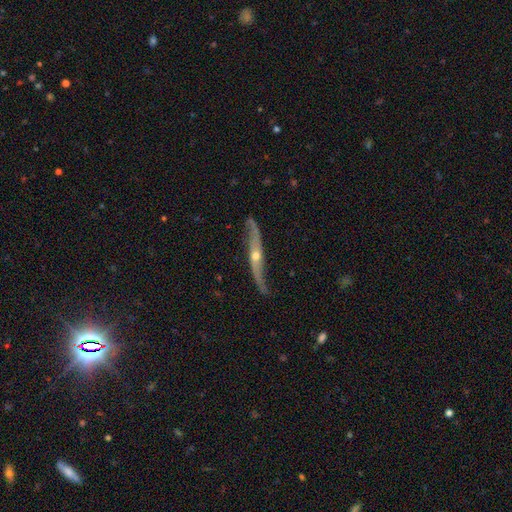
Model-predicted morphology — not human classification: The model was most divided on "edge-on disk": yes: 51%, no: 49%. More confident: smooth or featured — featured or disk (87%); merging — none (76%).